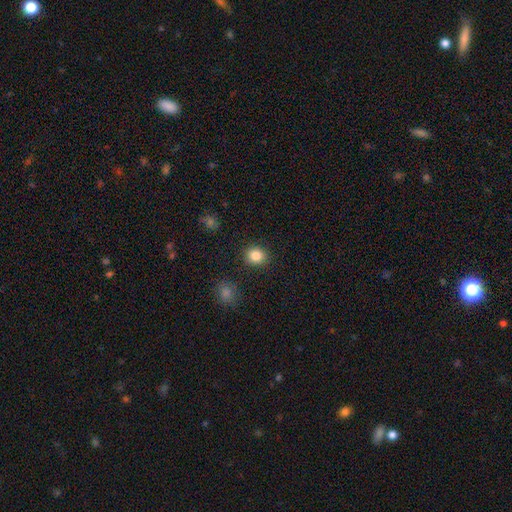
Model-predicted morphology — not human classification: Smooth or featured? Predicted: smooth (p=0.85). How rounded? Predicted: round (p=0.76). Merging? Predicted: none (p=0.89).